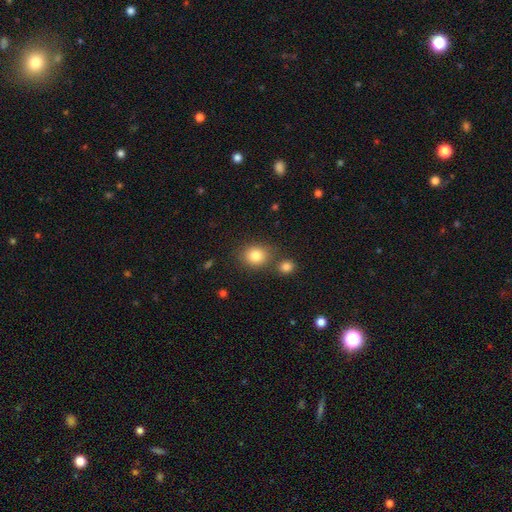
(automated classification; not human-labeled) smooth_or_featured: smooth (p=0.83) [alt: star or artifact p=0.10]
how_rounded: round (p=0.68) [alt: in between p=0.31]
merging: none (p=0.72) [alt: merger p=0.14]